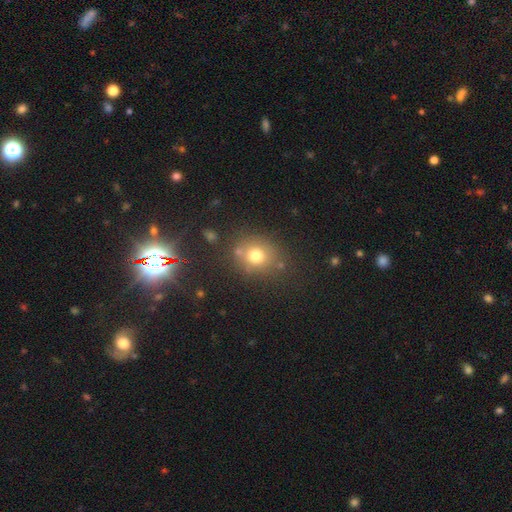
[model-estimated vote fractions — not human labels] A smooth galaxy with no disk features (73%) that is round (76%).

Vote fractions:
- Smooth or featured? smooth: 73% / star or artifact: 16% / featured or disk: 11%
- How rounded? round: 76% / in between: 22% / cigar-shaped: 1%
- Merging? none: 72% / minor disturbance: 13% / merger: 9% / major disturbance: 5%